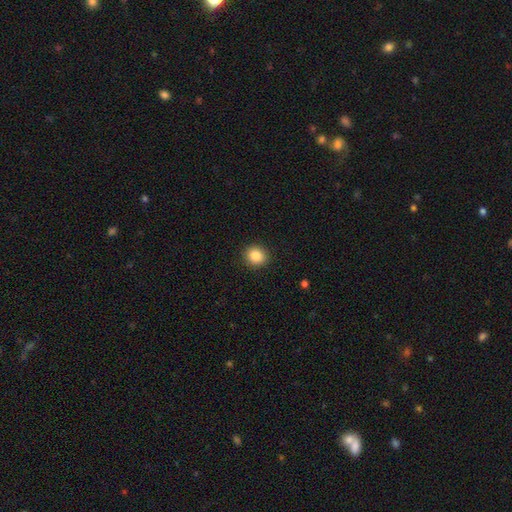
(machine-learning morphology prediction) Smooth or featured? smooth (86%)
How rounded? round (83%)
Merging? none (91%)